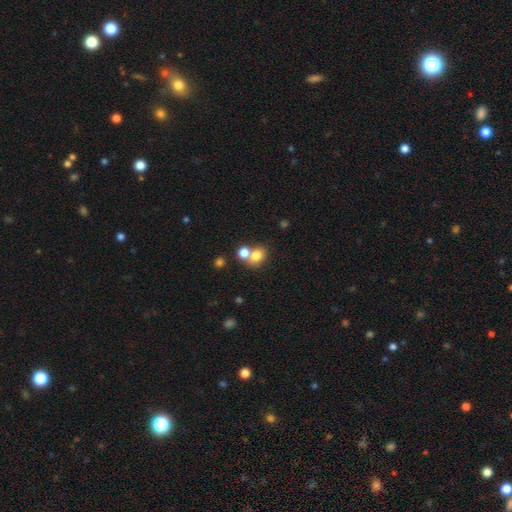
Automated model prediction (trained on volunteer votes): This is likely a smooth galaxy (78%). How rounded: possibly round (60%). Merging: marginally none (44%, tied with merger).